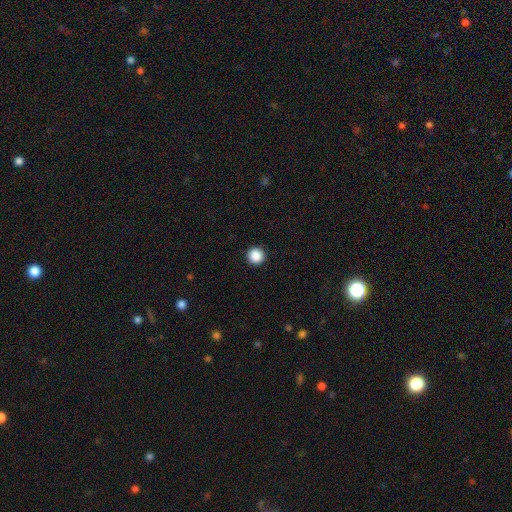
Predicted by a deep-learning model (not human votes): Smooth or featured: smooth — 88% (star or artifact — 9%)
How rounded: round — 96% (in between — 3%)
Merging: none — 93% (minor disturbance — 4%)